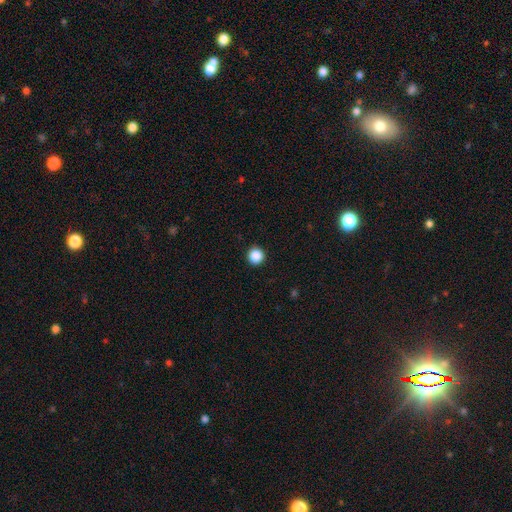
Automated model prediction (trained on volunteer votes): Smooth or featured? smooth (88%)
How rounded? round (96%)
Merging? none (93%)